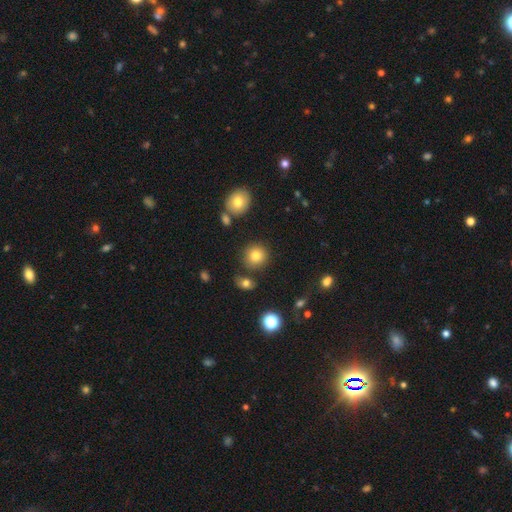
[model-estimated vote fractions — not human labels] Morphology: type=smooth (80%); roundness=round (90%); merging=none (84%).